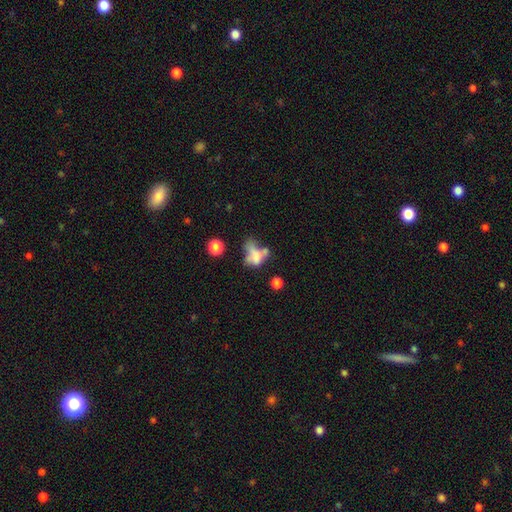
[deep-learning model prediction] A smooth galaxy with no disk features (54%) that is in between round and cigar-shaped (77%).

Vote fractions:
- Smooth or featured? smooth: 54% / featured or disk: 32% / star or artifact: 14%
- How rounded? in between: 77% / round: 18% / cigar-shaped: 5%
- Merging? major disturbance: 32% / merger: 31% / none: 20% / minor disturbance: 16%